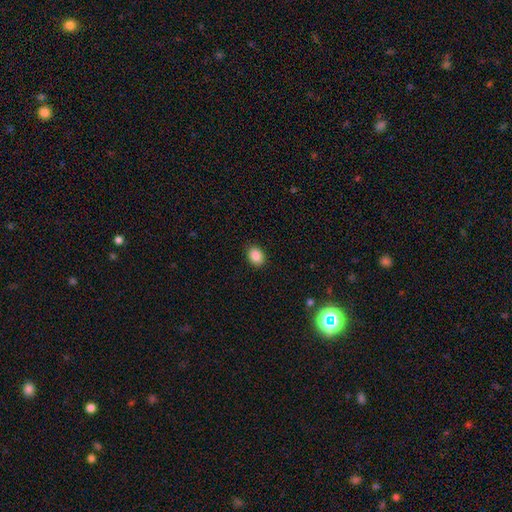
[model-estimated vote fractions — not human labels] smooth 88%, star or artifact 8%, featured or disk 3%. Down the decision tree: how rounded — in between (59%); merging — none (89%).